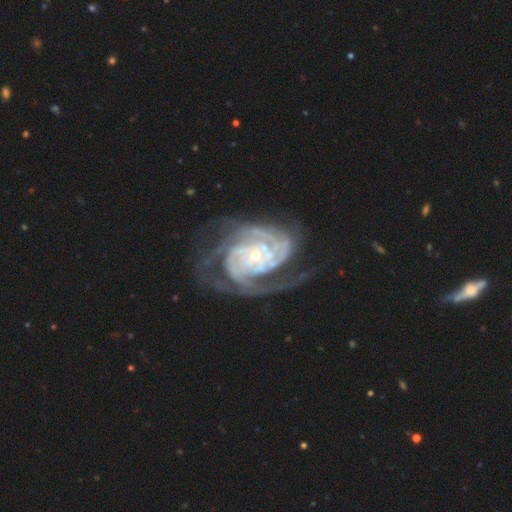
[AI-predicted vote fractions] featured or disk 92%, star or artifact 5%, smooth 4%. Down the decision tree: edge-on disk — no (97%); bar — no (63%); spiral arms — yes (98%); spiral arm count — 3 (25%); spiral winding — tight (71%); bulge size — small (70%); merging — none (61%).